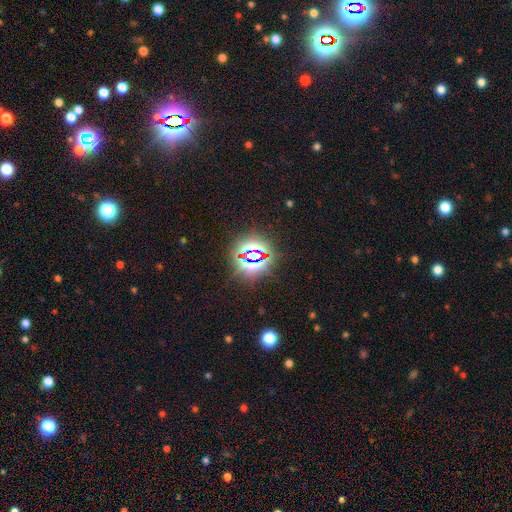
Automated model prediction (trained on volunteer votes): This is likely a star or artifact rather than a galaxy (76%).